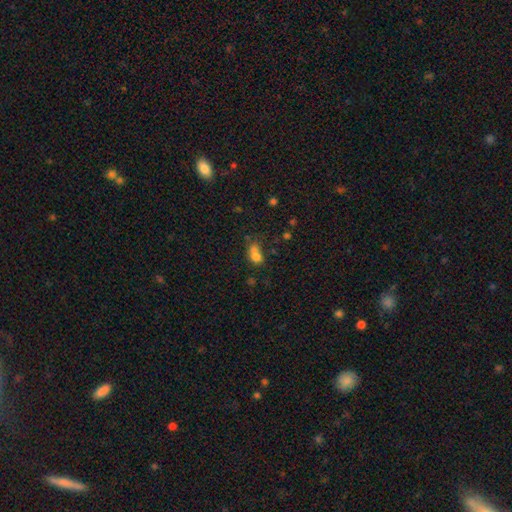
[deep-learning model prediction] This appears to be a smooth galaxy with no disk features (70%) that is round (51%). Merging: merger (59%).